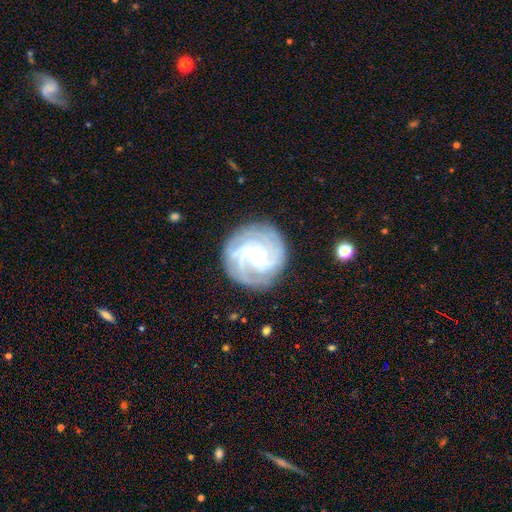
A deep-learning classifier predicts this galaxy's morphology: The model was most divided on "bar": no: 48%, weak: 40%, strong: 12%. Remaining: edge-on disk — no (98%); spiral arms — yes (98%); smooth or featured — featured or disk (88%); merging — none (84%); bulge size — small (75%); spiral winding — tight (66%); spiral arm count — 3 (30%).